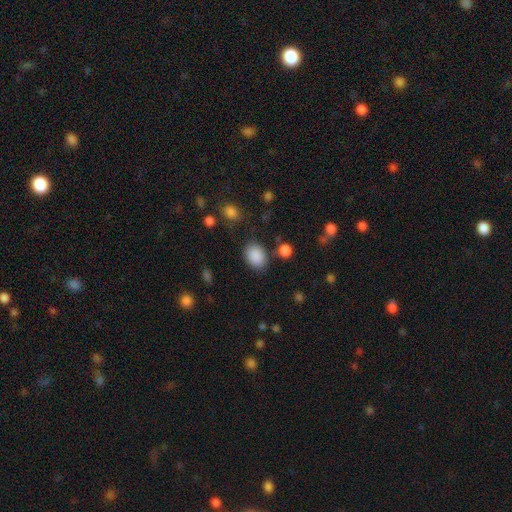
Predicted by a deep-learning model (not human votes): Smooth or featured: smooth — 88% (star or artifact — 8%)
How rounded: in between — 66% (round — 33%)
Merging: none — 80% (minor disturbance — 12%)